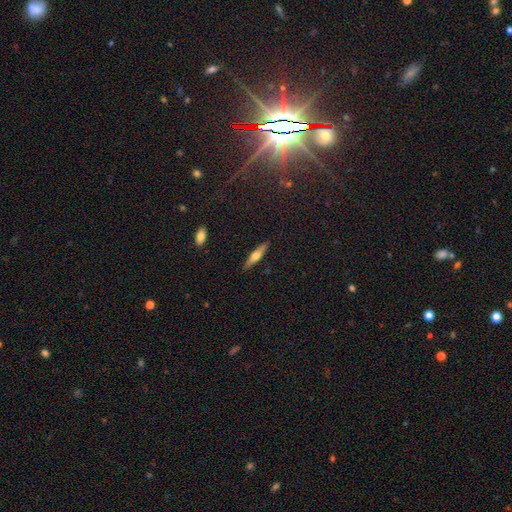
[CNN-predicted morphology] smooth_or_featured: featured or disk (p=0.47) [alt: smooth p=0.46]
merging: none (p=0.89) [alt: minor disturbance p=0.08]